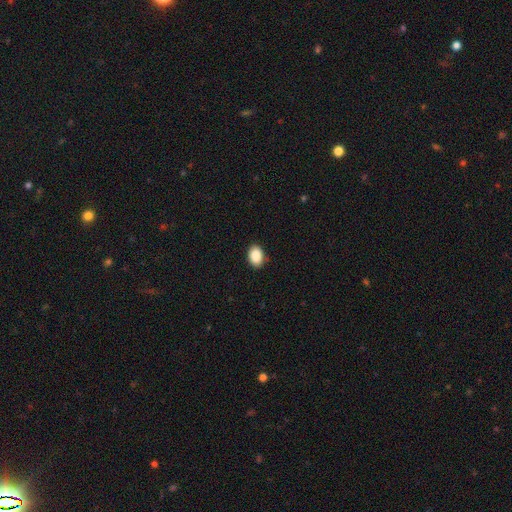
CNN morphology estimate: smooth_or_featured: smooth (p=0.90) [alt: star or artifact p=0.07]
how_rounded: in between (p=0.84) [alt: round p=0.15]
merging: none (p=0.89) [alt: minor disturbance p=0.08]